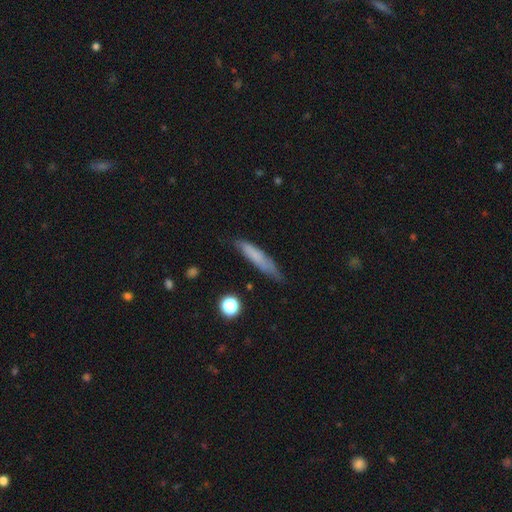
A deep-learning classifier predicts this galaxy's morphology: Overall: smooth (70%). How rounded: cigar-shaped (87%). Merging: none (71%).